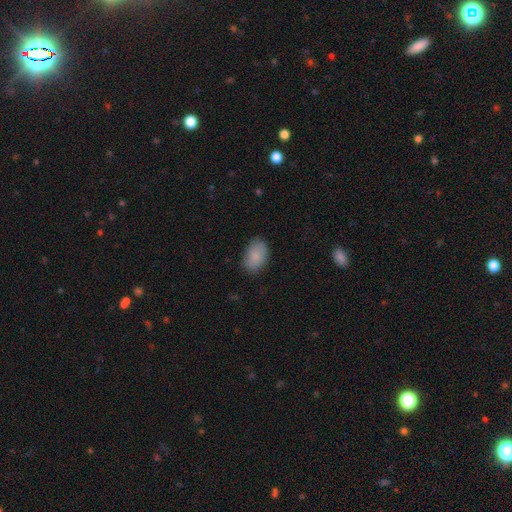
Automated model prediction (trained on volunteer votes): This appears to be a smooth galaxy with no disk features (86%) that is in between round and cigar-shaped (88%). Merging: none (82%).